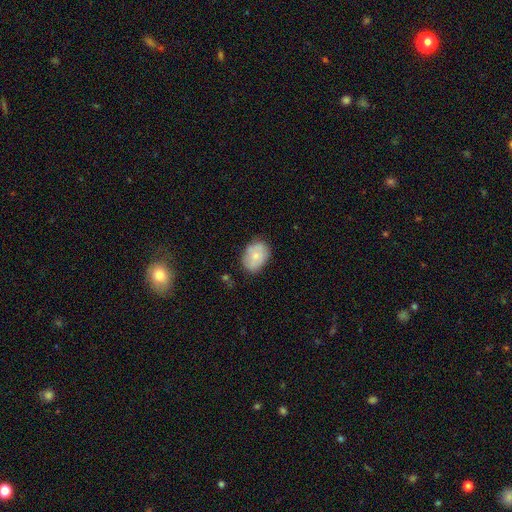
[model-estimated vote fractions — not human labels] Smooth or featured: smooth — 69% (featured or disk — 24%)
How rounded: in between — 74% (round — 24%)
Merging: none — 71% (minor disturbance — 22%)